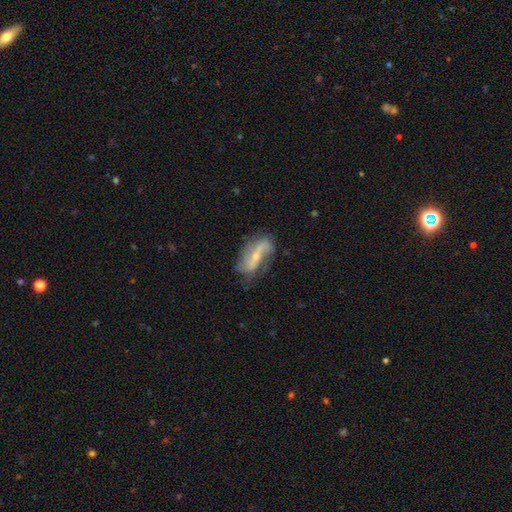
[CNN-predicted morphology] A featured or disk galaxy (74%) with a strong bar (37%), 2 (82%) loose (61%) spiral arms (87%) and a small central bulge (66%).

Vote fractions:
- Smooth or featured? featured or disk: 74% / smooth: 18% / star or artifact: 7%
- Edge-on disk? no: 89% / yes: 11%
- Bar? strong: 37% / weak: 32% / no: 31%
- Spiral arms? yes: 87% / no: 13%
- Spiral winding? loose: 61% / medium: 26% / tight: 13%
- Spiral arm count? 2: 82% / can't tell: 9% / 1: 4% / 3: 2% / 4: 1% / more than 4: 1%
- Bulge size? small: 66% / moderate: 29% / none: 3% / large: 1% / dominant: 1%
- Merging? none: 63% / minor disturbance: 24% / major disturbance: 10% / merger: 3%